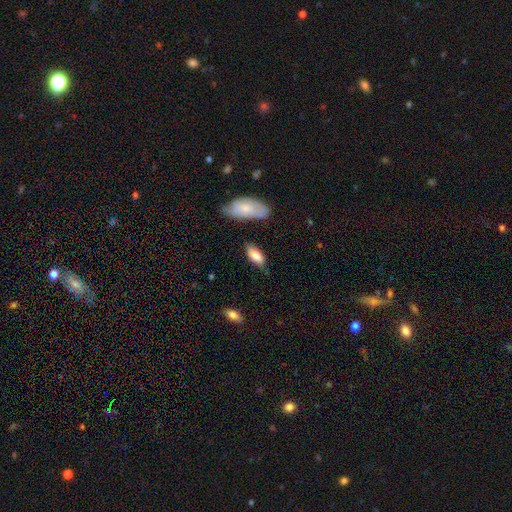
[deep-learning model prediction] Smooth or featured?
  - smooth: 82% *
  - featured or disk: 11%
  - star or artifact: 6%
How rounded?
  - in between: 87% *
  - cigar-shaped: 11%
  - round: 2%
Merging?
  - none: 73% *
  - minor disturbance: 19%
  - major disturbance: 4%
  - merger: 4%